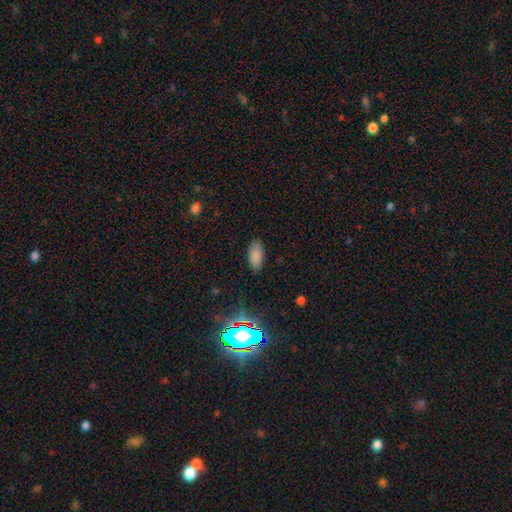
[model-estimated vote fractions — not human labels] This is clearly a smooth galaxy (83%). How rounded: clearly in between (89%). Merging: clearly none (86%).